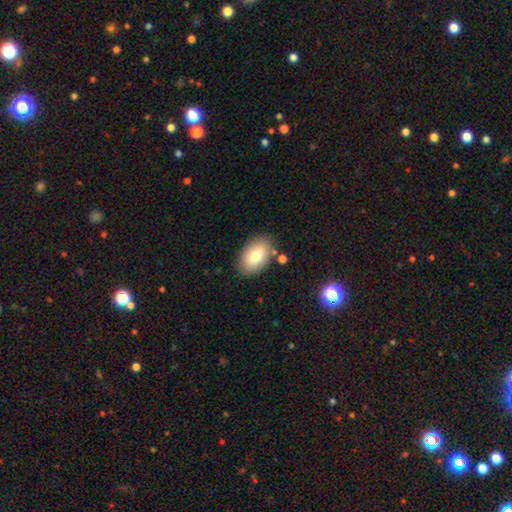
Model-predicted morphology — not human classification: Smooth or featured: smooth — 75% (featured or disk — 17%)
How rounded: in between — 91% (round — 8%)
Merging: none — 82% (minor disturbance — 11%)